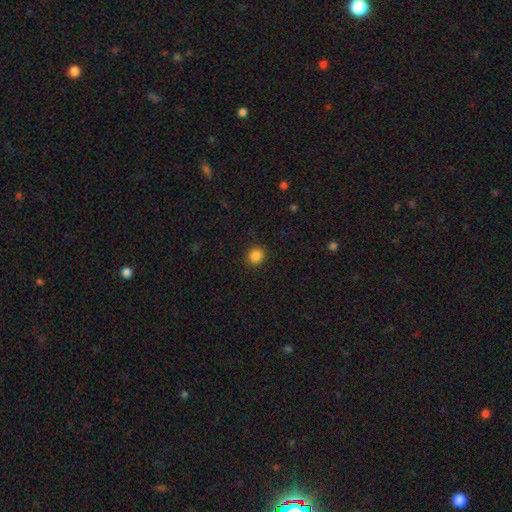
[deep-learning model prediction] Q: Smooth or featured?
A: smooth (86%); runner-up: star or artifact (11%)
Q: How rounded?
A: round (91%); runner-up: in between (8%)
Q: Merging?
A: none (91%); runner-up: minor disturbance (5%)